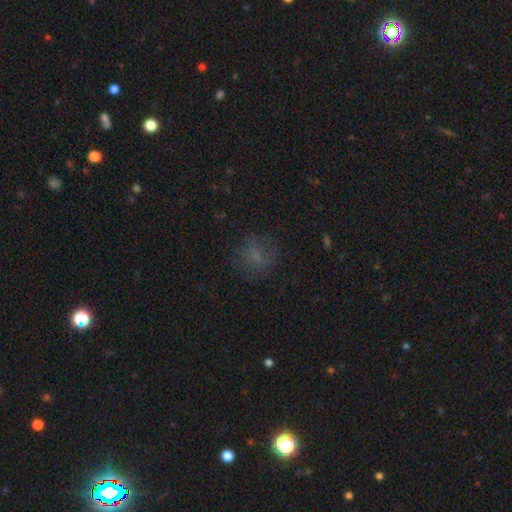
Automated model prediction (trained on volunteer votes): Q: Smooth or featured?
A: smooth (64%); runner-up: star or artifact (20%)
Q: How rounded?
A: round (74%); runner-up: in between (25%)
Q: Merging?
A: none (67%); runner-up: minor disturbance (18%)